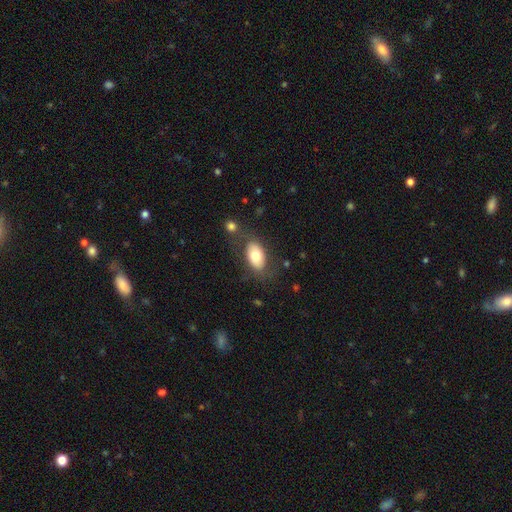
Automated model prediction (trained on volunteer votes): smooth-or-featured: smooth: 72% | featured or disk: 21% | star or artifact: 7%
  how-rounded: in between: 91% | round: 7% | cigar-shaped: 2%
  merging: none: 70% | minor disturbance: 17% | major disturbance: 8% | merger: 5%